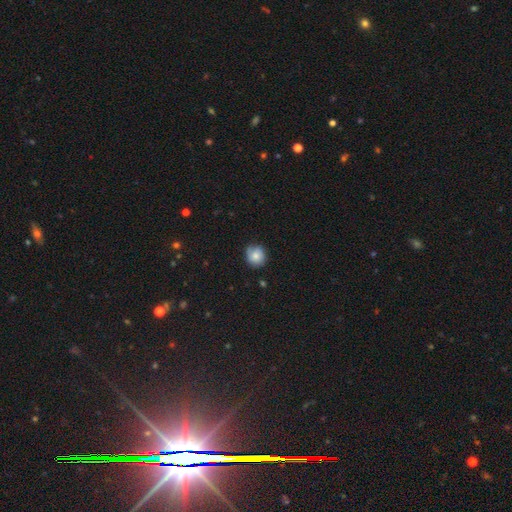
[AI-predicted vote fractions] This appears to be a smooth galaxy with no disk features (74%) that is round (85%). Merging: none (72%).